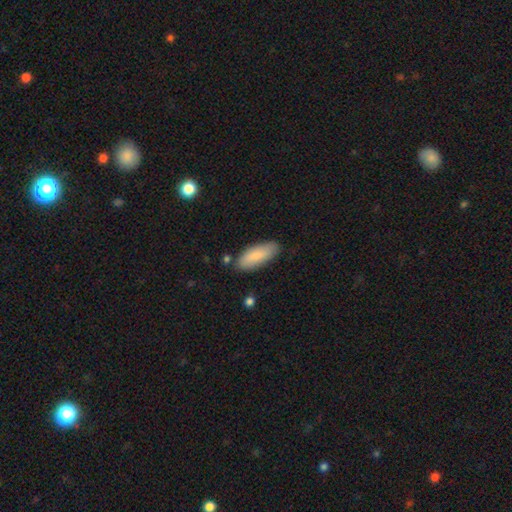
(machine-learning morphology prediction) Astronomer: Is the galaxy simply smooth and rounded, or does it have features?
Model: smooth — 82%.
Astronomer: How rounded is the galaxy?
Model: in between — 75%.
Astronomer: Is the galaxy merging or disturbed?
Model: none — 81%.